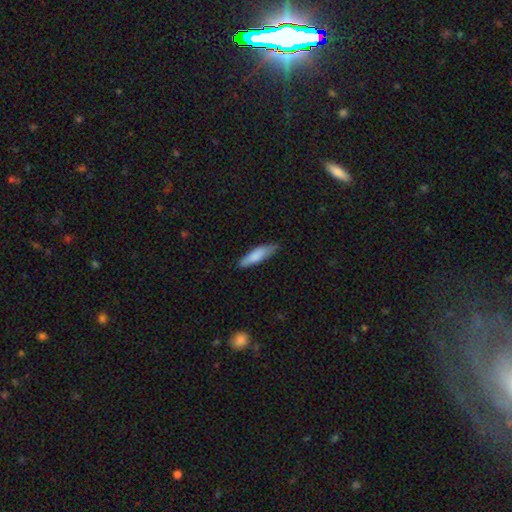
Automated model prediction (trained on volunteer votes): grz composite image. It shows a smooth galaxy with no disk features (80%) that is cigar-shaped (65%). Merging: none (78%).